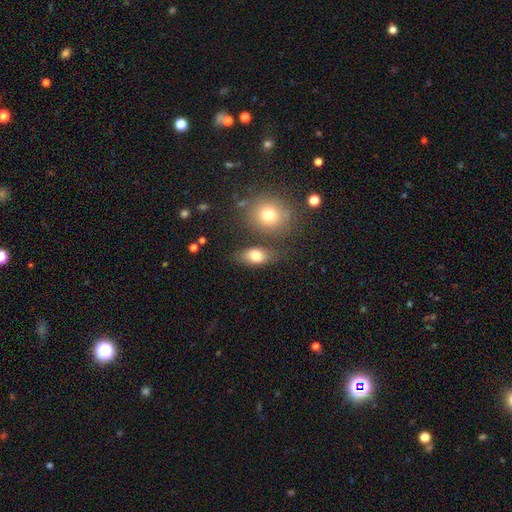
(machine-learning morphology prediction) This is likely a smooth galaxy (79%). How rounded: clearly in between (80%). Merging: likely none (70%).